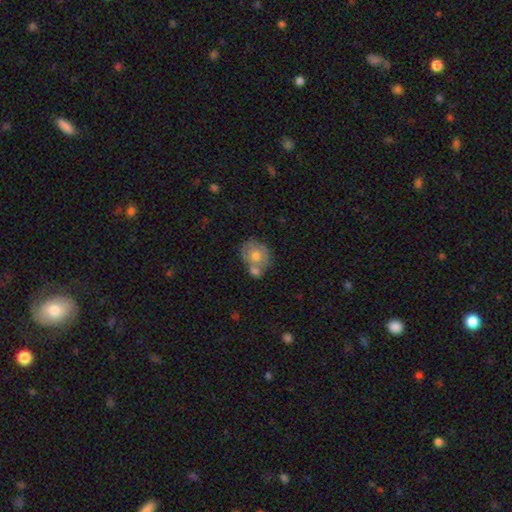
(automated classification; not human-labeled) smooth_or_featured: smooth (p=0.61) [alt: featured or disk p=0.32]
how_rounded: round (p=0.62) [alt: in between p=0.37]
merging: merger (p=0.40) [alt: none p=0.39]